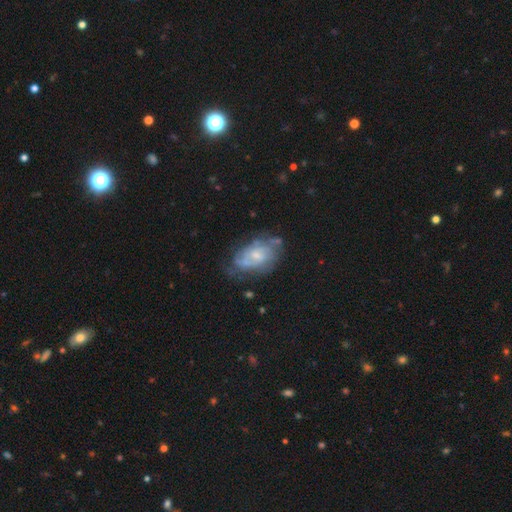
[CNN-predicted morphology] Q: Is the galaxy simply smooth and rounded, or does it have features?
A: featured or disk — 72%.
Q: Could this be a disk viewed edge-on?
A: no — 96%.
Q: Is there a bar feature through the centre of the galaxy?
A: no — 61%.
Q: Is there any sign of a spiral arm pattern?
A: yes — 79%.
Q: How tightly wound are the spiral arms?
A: tight — 53%.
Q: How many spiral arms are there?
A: can't tell — 49%.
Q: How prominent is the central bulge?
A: small — 55%.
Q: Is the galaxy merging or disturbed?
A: none — 53%.